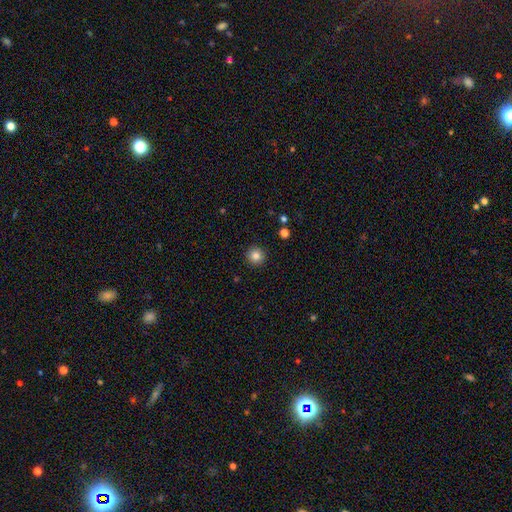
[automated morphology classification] smooth-or-featured: smooth: 84% | star or artifact: 10% | featured or disk: 6%
  how-rounded: round: 95% | in between: 4% | cigar-shaped: 1%
  merging: none: 92% | minor disturbance: 5% | major disturbance: 2% | merger: 1%